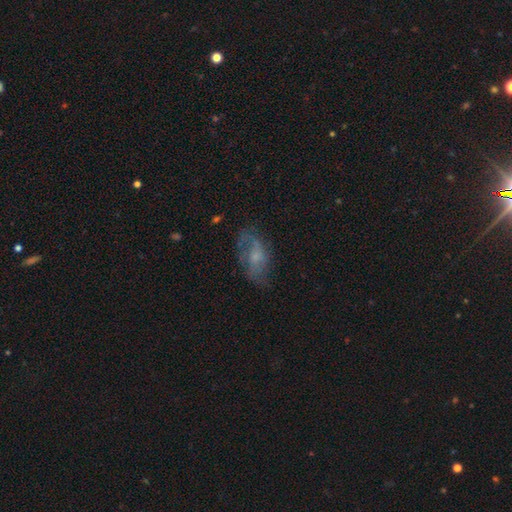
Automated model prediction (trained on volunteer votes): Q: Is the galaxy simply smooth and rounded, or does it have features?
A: featured or disk — 57%.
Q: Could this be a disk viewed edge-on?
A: no — 93%.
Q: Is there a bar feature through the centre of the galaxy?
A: no — 66%.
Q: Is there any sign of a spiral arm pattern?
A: yes — 75%.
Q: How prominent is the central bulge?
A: small — 46%.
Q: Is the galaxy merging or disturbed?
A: none — 59%.